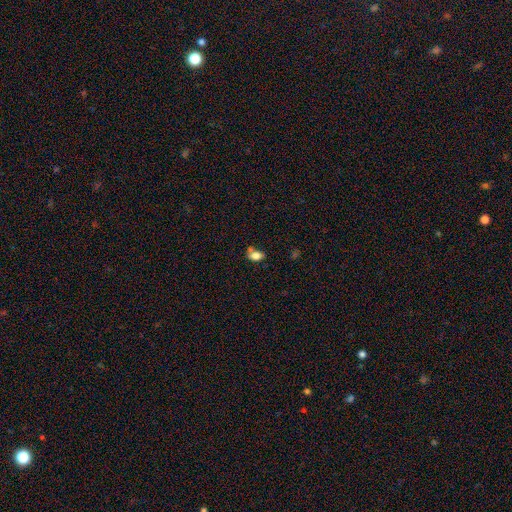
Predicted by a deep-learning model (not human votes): Morphology: type=smooth (78%); roundness=in between (85%); merging=none (55%).